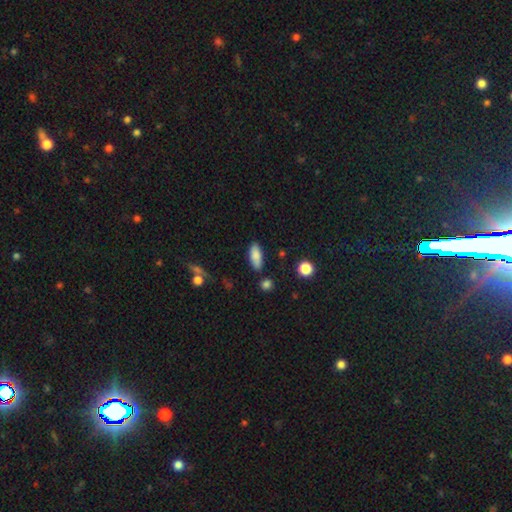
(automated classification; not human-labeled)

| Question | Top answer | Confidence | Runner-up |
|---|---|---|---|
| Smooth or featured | smooth | 84% | featured or disk (9%) |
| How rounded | in between | 78% | cigar-shaped (19%) |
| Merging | none | 82% | minor disturbance (12%) |